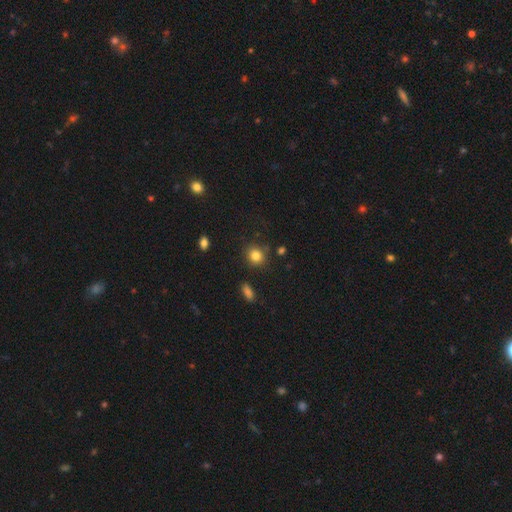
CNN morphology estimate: A smooth galaxy with no disk features (83%) that is round (77%). Merging: none (81%).